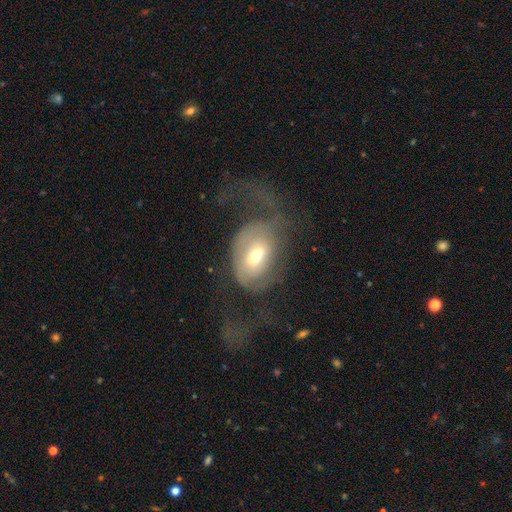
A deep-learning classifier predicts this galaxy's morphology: Smooth or featured: featured or disk — 49% (smooth — 43%)
Merging: major disturbance — 61% (none — 23%)